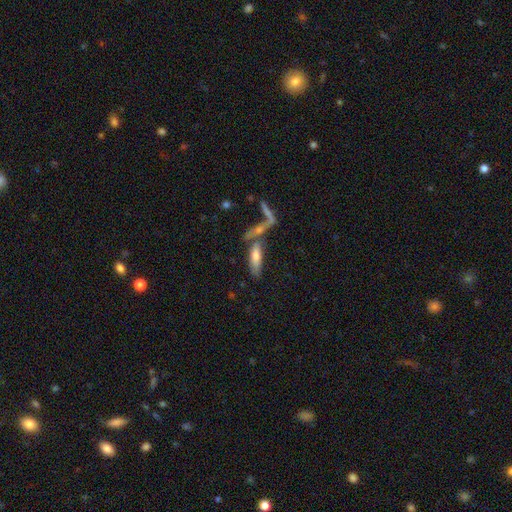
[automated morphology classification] A smooth galaxy with no disk features (60%) that is cigar-shaped (50%).

Vote fractions:
- Smooth or featured? smooth: 60% / featured or disk: 30% / star or artifact: 10%
- How rounded? cigar-shaped: 50% / in between: 47% / round: 2%
- Merging? merger: 45% / none: 36% / minor disturbance: 11% / major disturbance: 8%